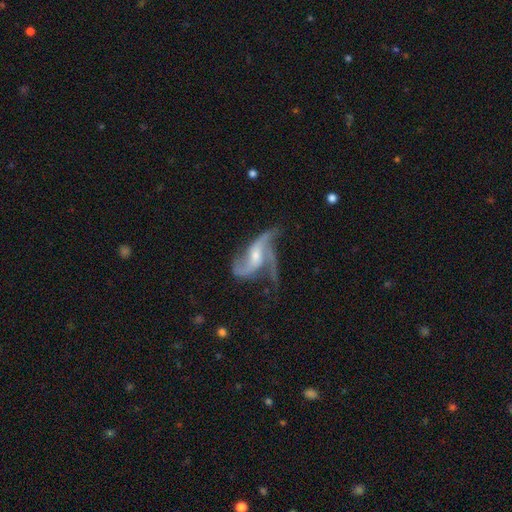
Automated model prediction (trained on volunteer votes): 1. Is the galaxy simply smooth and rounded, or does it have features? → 86% featured or disk, 8% smooth, 6% star or artifact.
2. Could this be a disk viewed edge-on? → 96% no, 4% yes.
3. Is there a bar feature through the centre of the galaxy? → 52% no, 34% weak, 14% strong.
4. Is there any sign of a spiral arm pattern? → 95% yes, 5% no.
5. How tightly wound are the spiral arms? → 54% loose, 36% medium, 9% tight.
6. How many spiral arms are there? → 49% 3, 28% 2, 8% 4, 7% can't tell, 4% 1, 3% more than 4.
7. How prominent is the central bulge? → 49% small, 43% moderate, 4% none, 3% large, 1% dominant.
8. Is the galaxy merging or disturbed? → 47% none, 27% major disturbance, 22% minor disturbance, 4% merger.